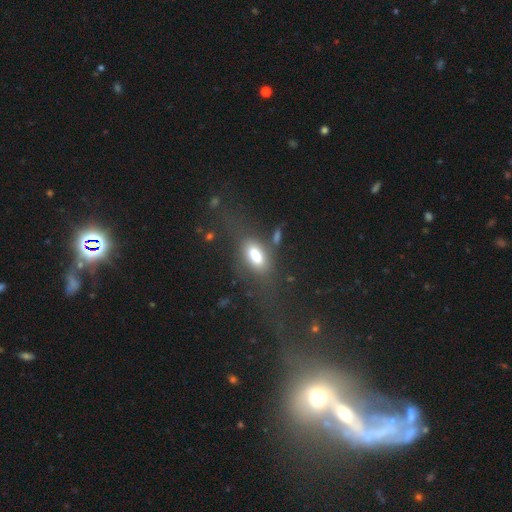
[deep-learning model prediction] A smooth galaxy with no disk features (74%) that is in between round and cigar-shaped (86%).

Vote fractions:
- Smooth or featured? smooth: 74% / featured or disk: 17% / star or artifact: 9%
- How rounded? in between: 86% / cigar-shaped: 9% / round: 5%
- Merging? none: 60% / minor disturbance: 17% / major disturbance: 17% / merger: 6%